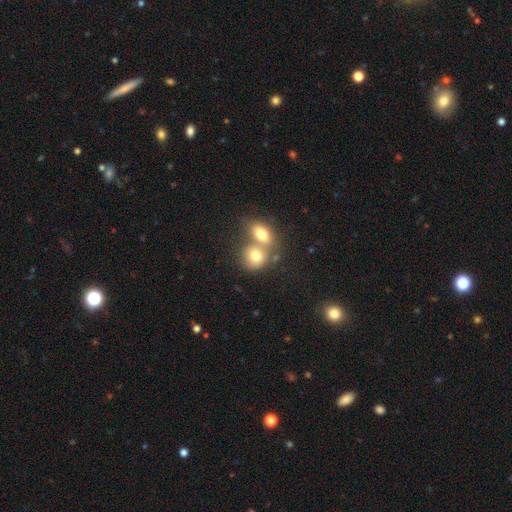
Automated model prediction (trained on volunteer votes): The model was most divided on "merging": merger: 58%, none: 32%, minor disturbance: 7%, major disturbance: 3%. More confident: smooth or featured — smooth (75%); how rounded — round (62%).